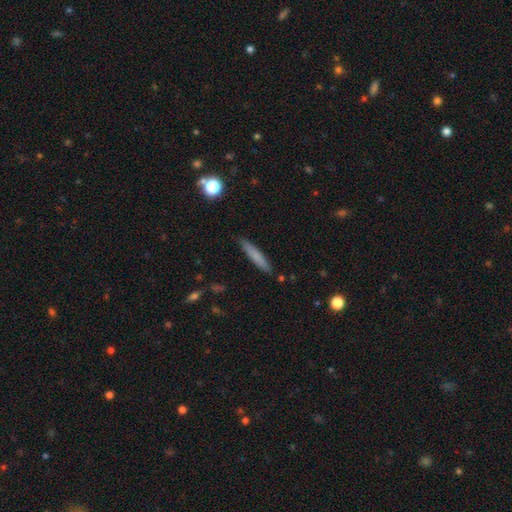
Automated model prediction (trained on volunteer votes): Smooth or featured? smooth (72%)
How rounded? cigar-shaped (92%)
Merging? none (87%)